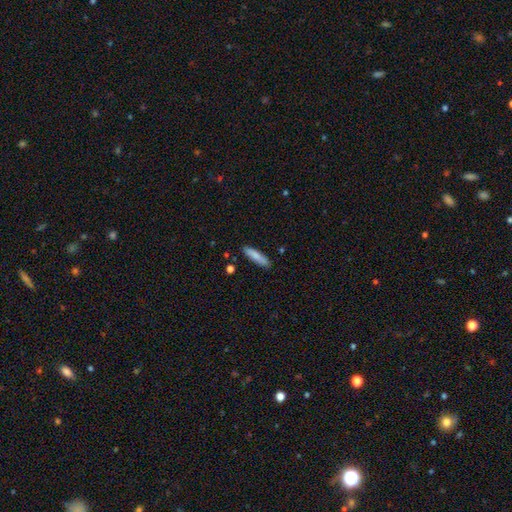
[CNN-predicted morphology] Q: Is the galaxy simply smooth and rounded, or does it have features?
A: smooth — 82%.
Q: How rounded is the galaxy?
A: cigar-shaped — 74%.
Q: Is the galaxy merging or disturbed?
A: none — 86%.